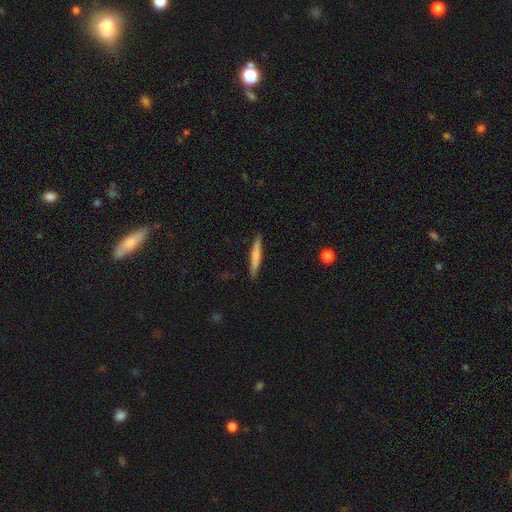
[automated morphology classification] smooth-or-featured: smooth: 68% | featured or disk: 27% | star or artifact: 6%
  how-rounded: cigar-shaped: 94% | in between: 4% | round: 1%
  merging: none: 89% | minor disturbance: 9% | major disturbance: 2% | merger: 1%